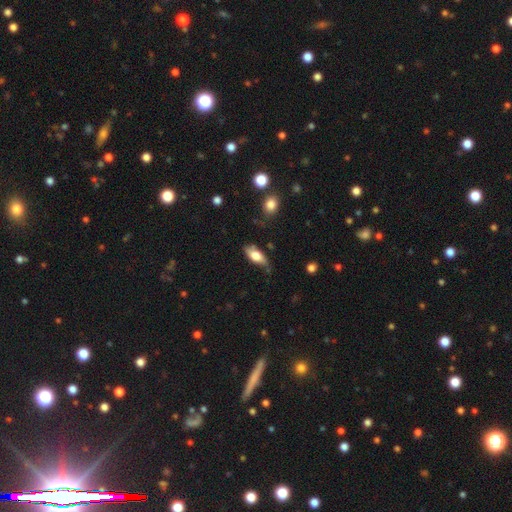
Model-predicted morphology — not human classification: This is likely a smooth galaxy (65%). How rounded: clearly in between (83%). Merging: possibly none (57%).